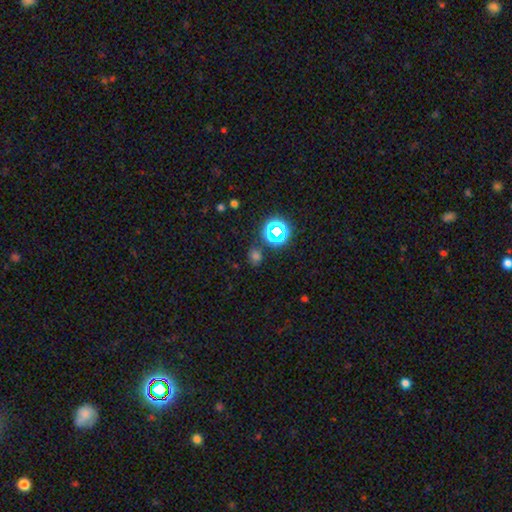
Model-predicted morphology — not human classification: This appears to be a smooth galaxy with no disk features (58%) that is round (70%). Merging: none (79%).